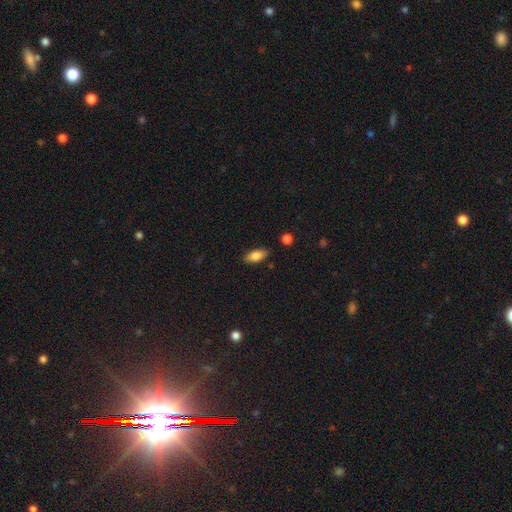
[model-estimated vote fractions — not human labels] Smooth or featured? smooth (82%)
How rounded? in between (85%)
Merging? none (83%)